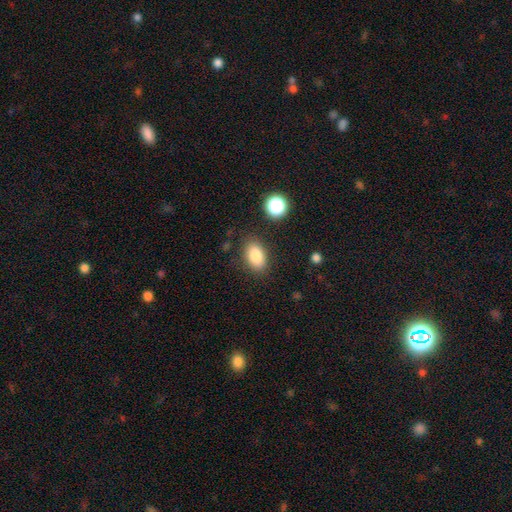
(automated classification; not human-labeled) smooth-or-featured: smooth: 84% | star or artifact: 9% | featured or disk: 7%
  how-rounded: in between: 87% | round: 11% | cigar-shaped: 2%
  merging: none: 83% | minor disturbance: 11% | major disturbance: 4% | merger: 2%